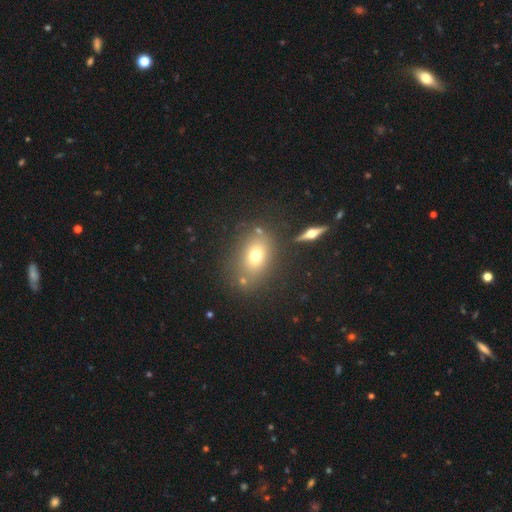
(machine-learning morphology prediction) This is likely a smooth galaxy (67%). How rounded: likely in between (66%). Merging: likely none (74%).